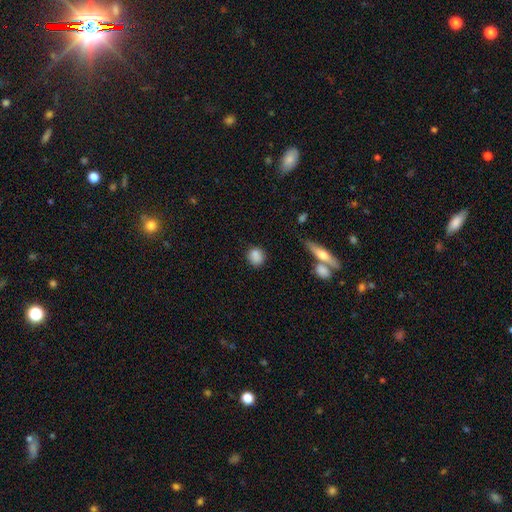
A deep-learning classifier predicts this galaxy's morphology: This is clearly a smooth galaxy (84%). How rounded: likely round (73%). Merging: likely none (73%).